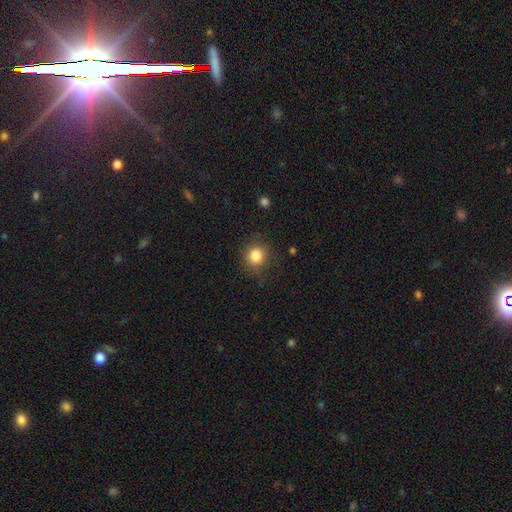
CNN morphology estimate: This appears to be a smooth galaxy with no disk features (84%) that is round (87%). Merging: none (82%).